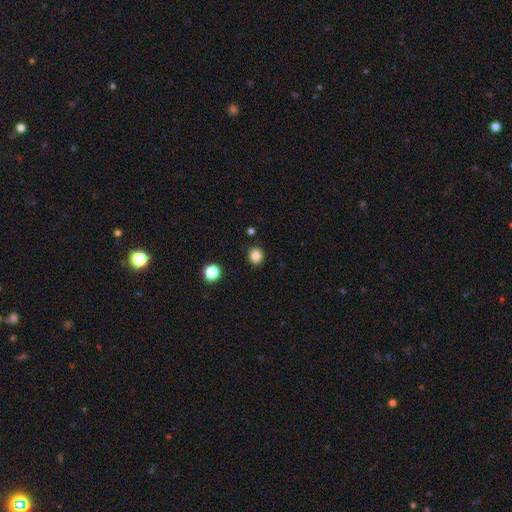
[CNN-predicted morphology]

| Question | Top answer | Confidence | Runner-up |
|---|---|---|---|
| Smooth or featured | smooth | 83% | star or artifact (12%) |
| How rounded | round | 82% | in between (17%) |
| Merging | none | 88% | minor disturbance (8%) |